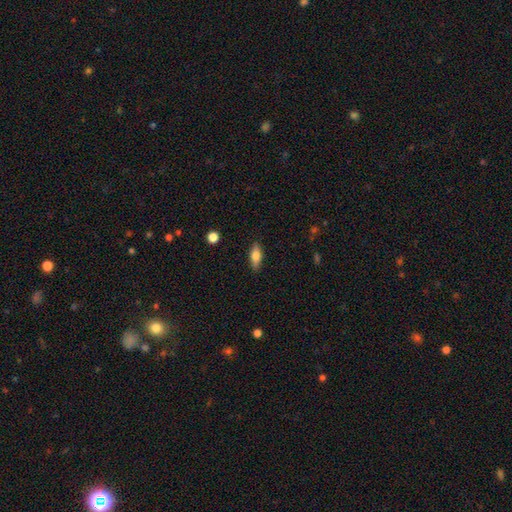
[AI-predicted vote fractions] Overall: smooth (74%). How rounded: in between (74%). Merging: none (87%).